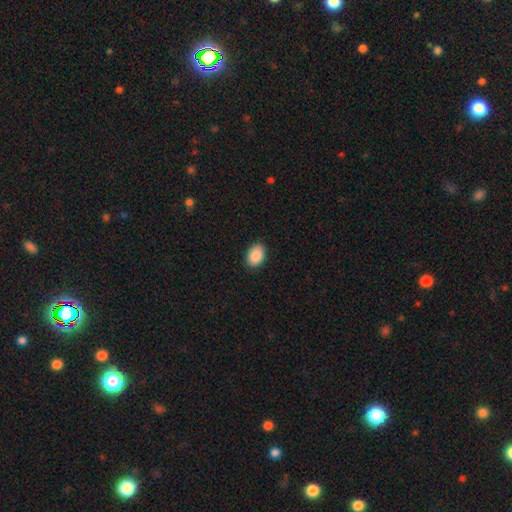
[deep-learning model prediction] Q: Smooth or featured?
A: smooth (90%); runner-up: star or artifact (7%)
Q: How rounded?
A: in between (82%); runner-up: round (17%)
Q: Merging?
A: none (89%); runner-up: minor disturbance (9%)